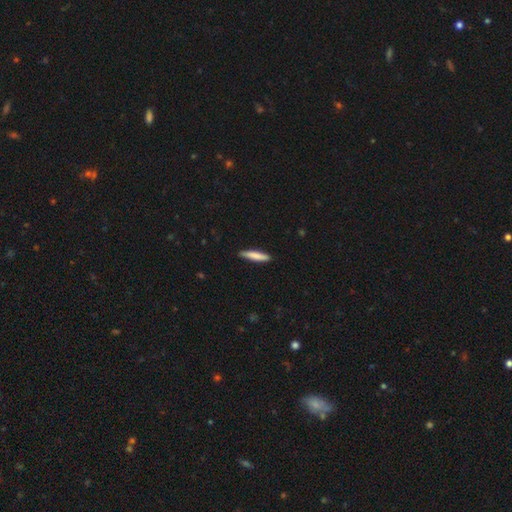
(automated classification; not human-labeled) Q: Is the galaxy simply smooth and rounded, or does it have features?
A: smooth — 80%.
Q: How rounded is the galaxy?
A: cigar-shaped — 88%.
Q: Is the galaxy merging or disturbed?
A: none — 88%.